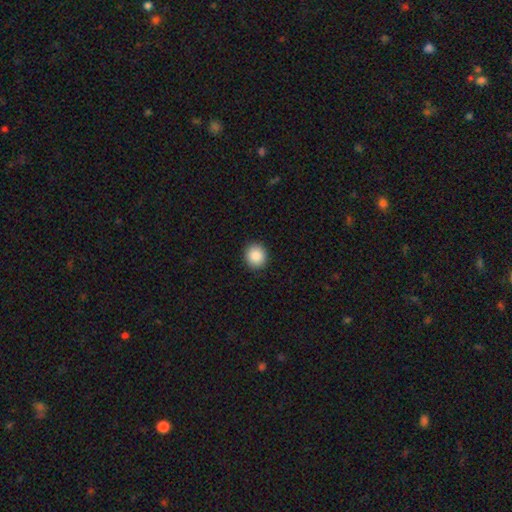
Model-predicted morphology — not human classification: This is clearly a smooth galaxy (87%). How rounded: clearly round (84%). Merging: clearly none (92%).